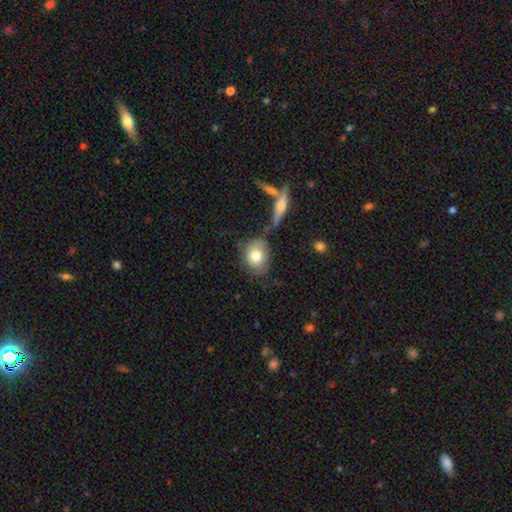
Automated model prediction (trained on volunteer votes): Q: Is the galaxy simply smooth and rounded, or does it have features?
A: smooth — 76%.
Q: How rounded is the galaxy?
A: in between — 51%.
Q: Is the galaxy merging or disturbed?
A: none — 66%.